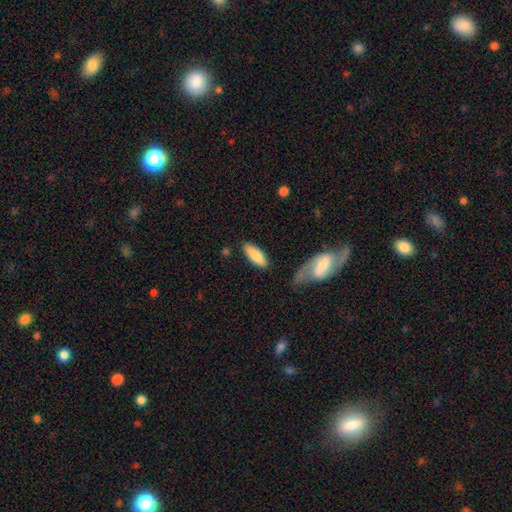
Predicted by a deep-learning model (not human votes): Q: Smooth or featured?
A: smooth (79%); runner-up: featured or disk (16%)
Q: How rounded?
A: in between (64%); runner-up: cigar-shaped (35%)
Q: Merging?
A: none (77%); runner-up: minor disturbance (14%)